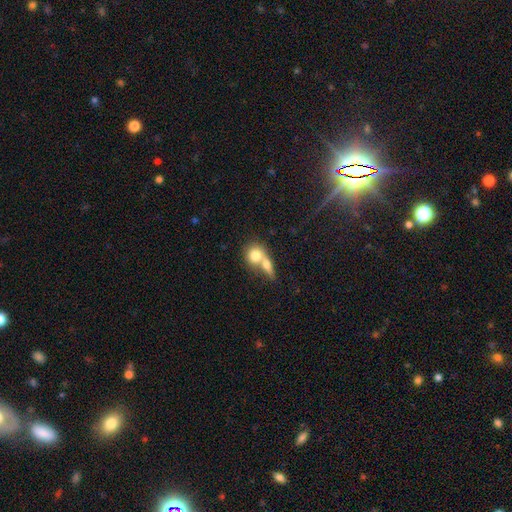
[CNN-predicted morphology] The model was most divided on "how rounded": round: 68%, in between: 28%, cigar-shaped: 4%. More confident: smooth or featured — smooth (75%); merging — merger (67%).